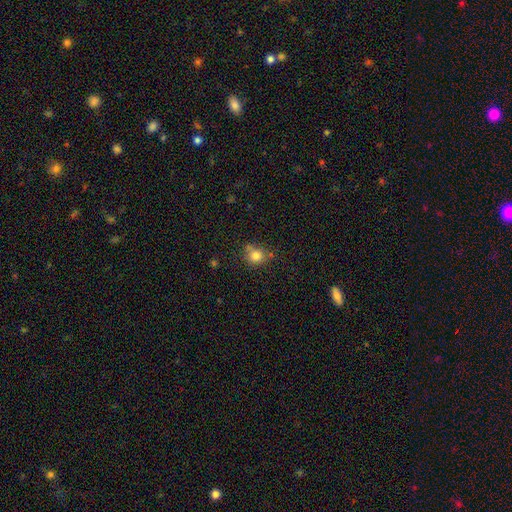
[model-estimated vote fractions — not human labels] This is likely a smooth galaxy (80%). How rounded: likely round (79%). Merging: likely none (62%).